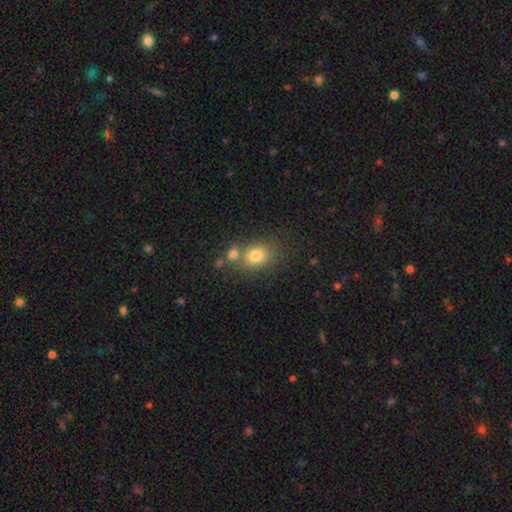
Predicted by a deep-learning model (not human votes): Smooth or featured? Predicted: smooth (p=0.77). How rounded? Predicted: round (p=0.54). Merging? Predicted: none (p=0.57).